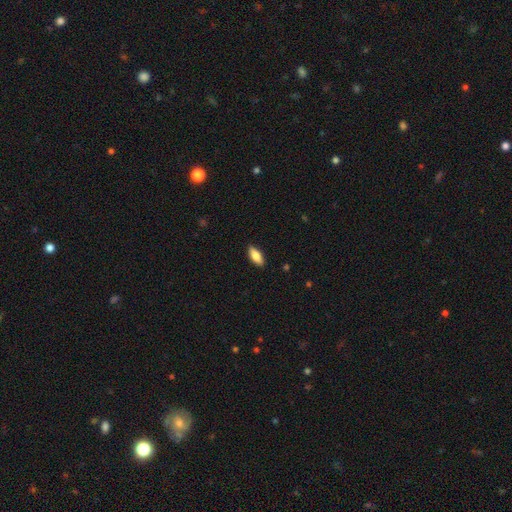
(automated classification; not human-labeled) Overall: smooth (80%). How rounded: in between (81%). Merging: none (89%).